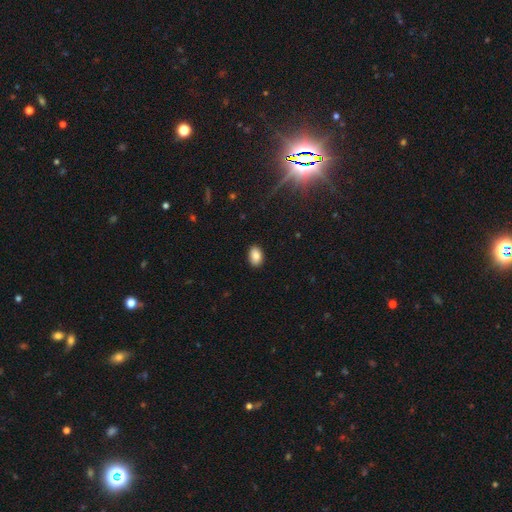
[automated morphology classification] smooth 86%, star or artifact 9%, featured or disk 5%. Down the decision tree: how rounded — in between (87%); merging — none (89%).